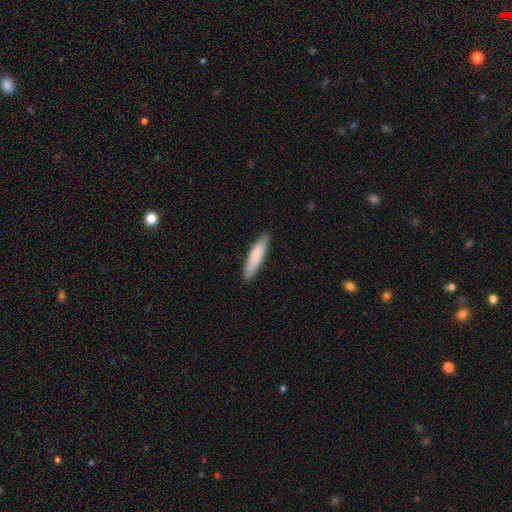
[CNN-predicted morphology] smooth 81%, featured or disk 14%, star or artifact 5%. Down the decision tree: how rounded — cigar-shaped (84%); merging — none (88%).